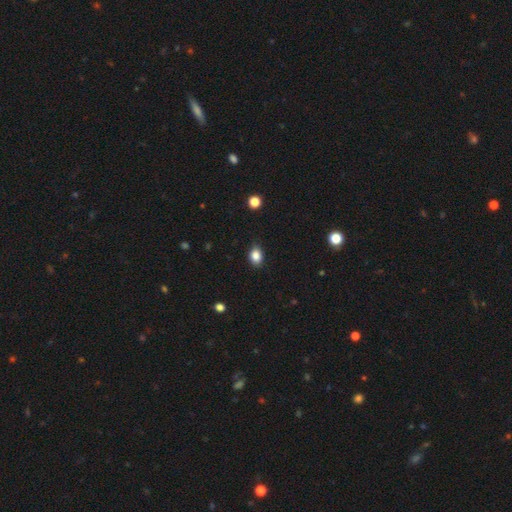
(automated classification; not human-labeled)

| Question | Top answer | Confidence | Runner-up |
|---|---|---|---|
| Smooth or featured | smooth | 85% | star or artifact (10%) |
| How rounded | in between | 66% | round (33%) |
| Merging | none | 84% | minor disturbance (13%) |